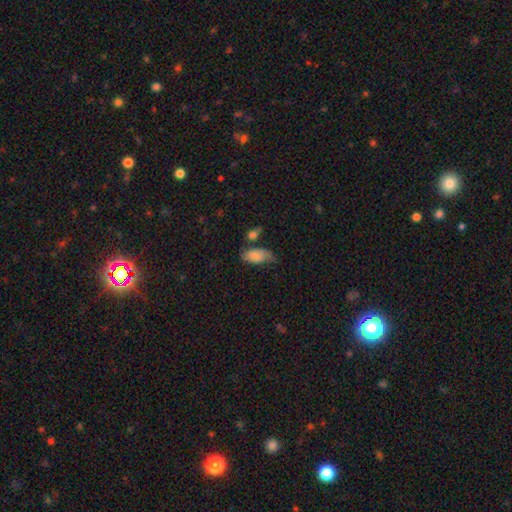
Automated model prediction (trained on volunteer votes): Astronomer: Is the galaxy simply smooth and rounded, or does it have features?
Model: smooth — 75%.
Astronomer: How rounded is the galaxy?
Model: in between — 90%.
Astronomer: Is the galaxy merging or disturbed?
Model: none — 44% (runner-up: minor disturbance, 33%).